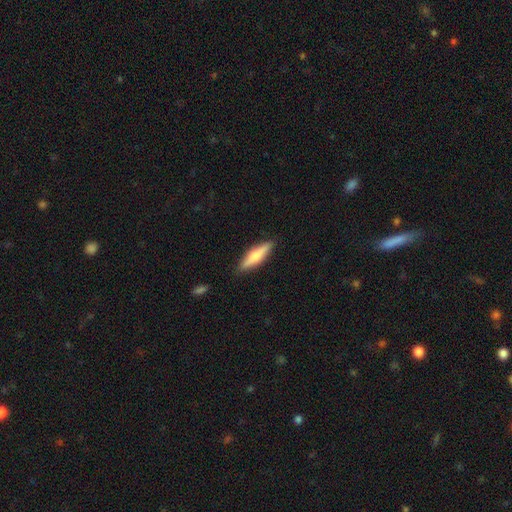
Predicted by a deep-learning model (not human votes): smooth 52%, featured or disk 42%, star or artifact 6%. Down the decision tree: how rounded — cigar-shaped (75%); merging — none (89%).